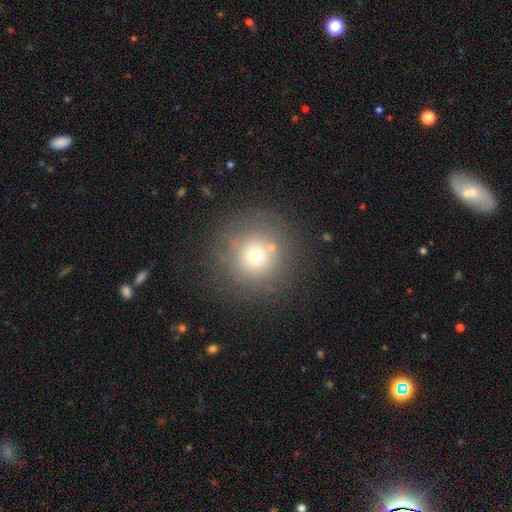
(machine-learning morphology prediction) Smooth or featured?
  - smooth: 66% *
  - star or artifact: 18%
  - featured or disk: 16%
How rounded?
  - round: 95% *
  - in between: 4%
  - cigar-shaped: 1%
Merging?
  - none: 80% *
  - minor disturbance: 10%
  - major disturbance: 5%
  - merger: 5%